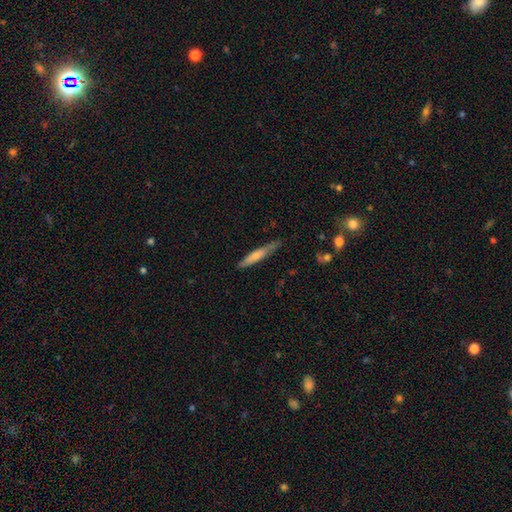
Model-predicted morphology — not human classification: This appears to be a smooth galaxy with no disk features (64%) that is cigar-shaped (91%). Merging: none (77%).